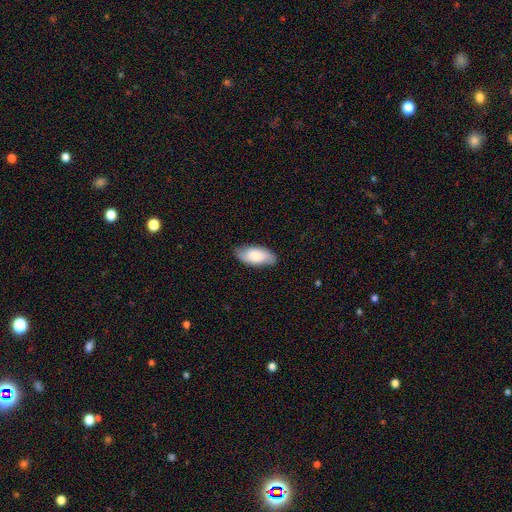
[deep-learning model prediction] A smooth galaxy with no disk features (73%) that is in between round and cigar-shaped (90%).

Vote fractions:
- Smooth or featured? smooth: 73% / featured or disk: 21% / star or artifact: 6%
- How rounded? in between: 90% / cigar-shaped: 8% / round: 2%
- Merging? none: 82% / minor disturbance: 14% / major disturbance: 3% / merger: 1%